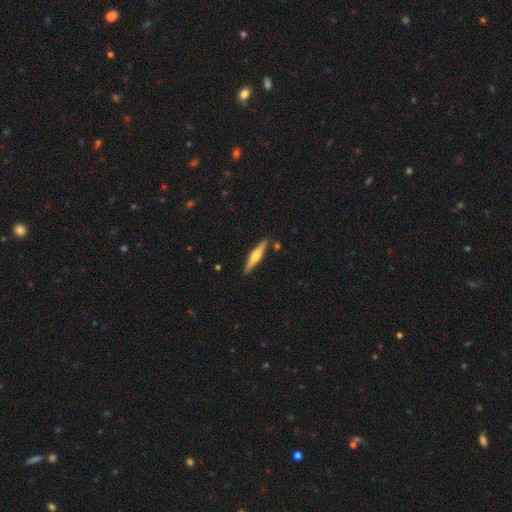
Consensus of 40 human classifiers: Smooth or featured: featured or disk — 52% (smooth — 45%)
Edge-on disk: yes — 100%
Edge-on bulge: rounded — 95% (boxy — 5%)
Merging: none — 95% (minor disturbance — 3%)